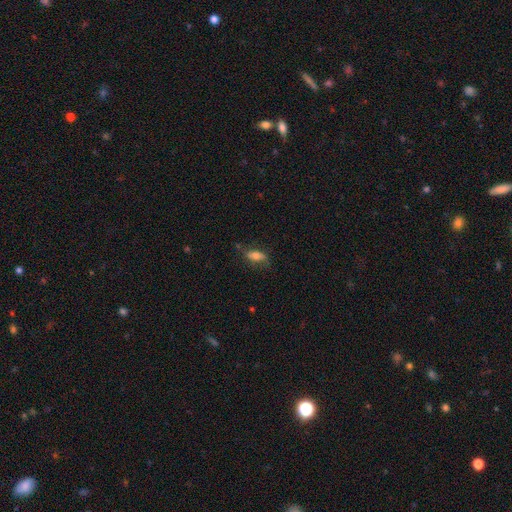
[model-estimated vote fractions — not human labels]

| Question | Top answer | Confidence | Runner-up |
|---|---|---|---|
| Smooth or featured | smooth | 70% | featured or disk (21%) |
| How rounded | in between | 76% | cigar-shaped (20%) |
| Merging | none | 63% | minor disturbance (25%) |